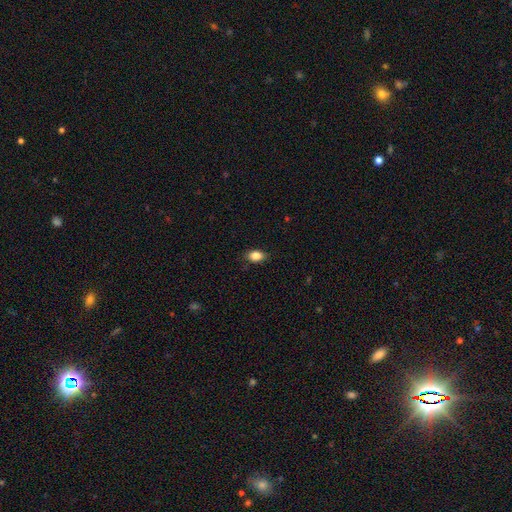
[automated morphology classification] A smooth galaxy with no disk features (86%) that is in between round and cigar-shaped (83%). Merging: none (84%).